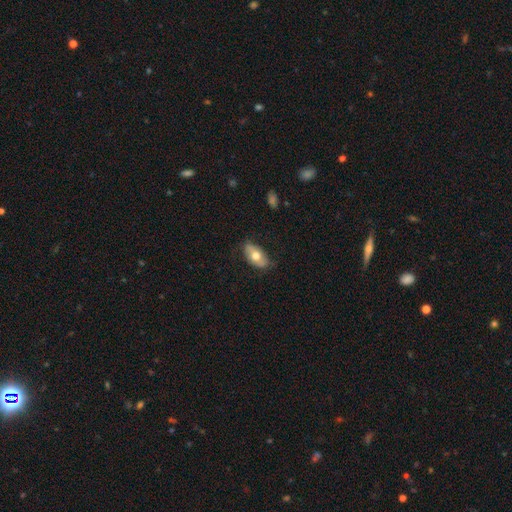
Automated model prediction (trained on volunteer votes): Smooth or featured? Predicted: smooth (p=0.61). How rounded? Predicted: in between (p=0.92). Merging? Predicted: none (p=0.74).